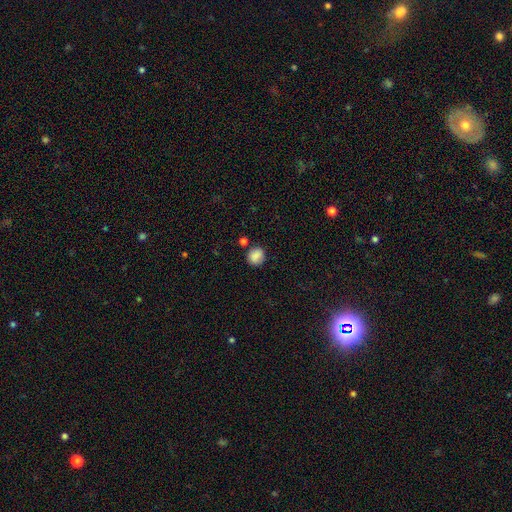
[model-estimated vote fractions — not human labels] Q: Smooth or featured?
A: smooth (87%); runner-up: star or artifact (9%)
Q: How rounded?
A: round (81%); runner-up: in between (18%)
Q: Merging?
A: none (77%); runner-up: minor disturbance (13%)